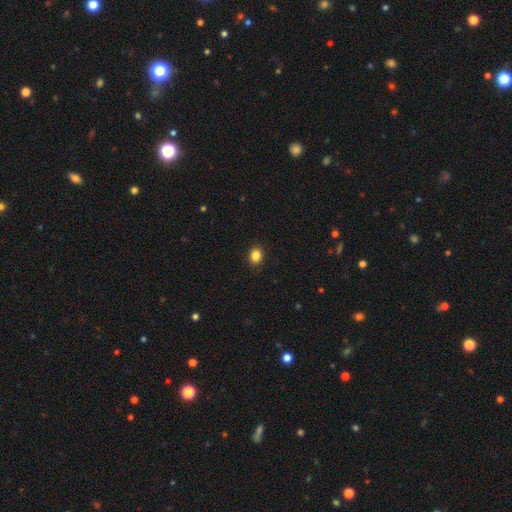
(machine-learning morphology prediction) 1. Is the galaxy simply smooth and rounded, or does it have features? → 86% smooth, 10% star or artifact, 4% featured or disk.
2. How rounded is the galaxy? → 55% round, 44% in between, 1% cigar-shaped.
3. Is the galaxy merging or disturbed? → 91% none, 7% minor disturbance, 2% major disturbance, 1% merger.